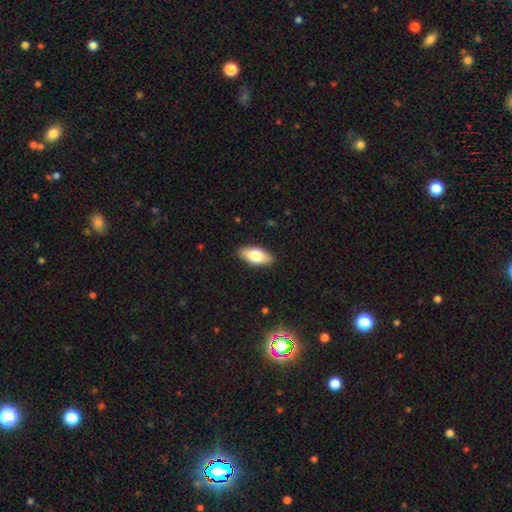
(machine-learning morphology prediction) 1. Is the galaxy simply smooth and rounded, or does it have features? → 75% smooth, 19% featured or disk, 6% star or artifact.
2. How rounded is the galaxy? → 89% in between, 8% cigar-shaped, 3% round.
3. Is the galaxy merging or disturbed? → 89% none, 8% minor disturbance, 2% major disturbance, 1% merger.